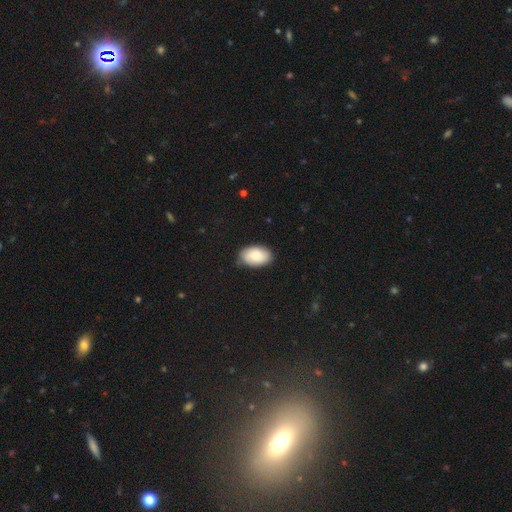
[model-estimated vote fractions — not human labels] smooth-or-featured: smooth: 83% | featured or disk: 11% | star or artifact: 6%
  how-rounded: in between: 92% | round: 7% | cigar-shaped: 1%
  merging: none: 81% | minor disturbance: 15% | major disturbance: 3% | merger: 1%